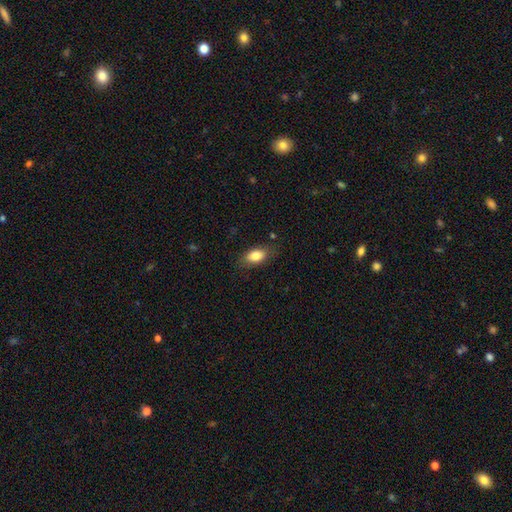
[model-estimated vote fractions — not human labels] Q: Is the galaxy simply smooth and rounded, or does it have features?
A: smooth — 82%.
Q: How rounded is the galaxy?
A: in between — 89%.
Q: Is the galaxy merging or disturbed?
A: none — 79%.